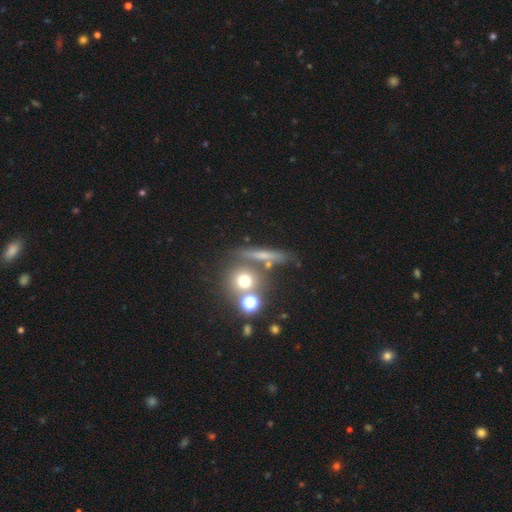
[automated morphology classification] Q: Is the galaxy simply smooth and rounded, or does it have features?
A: smooth — 60%.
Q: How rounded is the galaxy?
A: cigar-shaped — 47%.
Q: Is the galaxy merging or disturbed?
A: none — 68%.